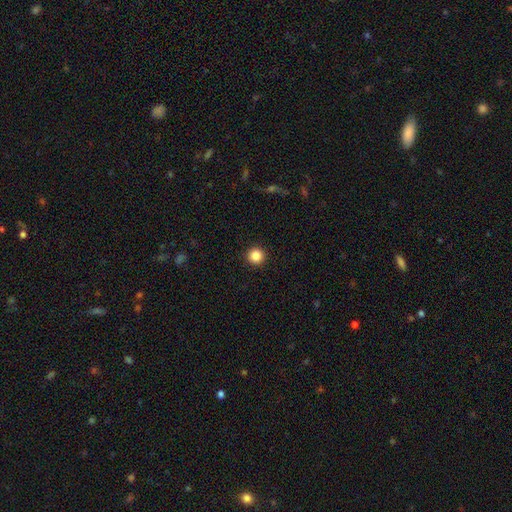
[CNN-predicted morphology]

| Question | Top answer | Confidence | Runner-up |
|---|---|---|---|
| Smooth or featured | smooth | 86% | star or artifact (11%) |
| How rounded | round | 96% | in between (3%) |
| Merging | none | 94% | minor disturbance (4%) |